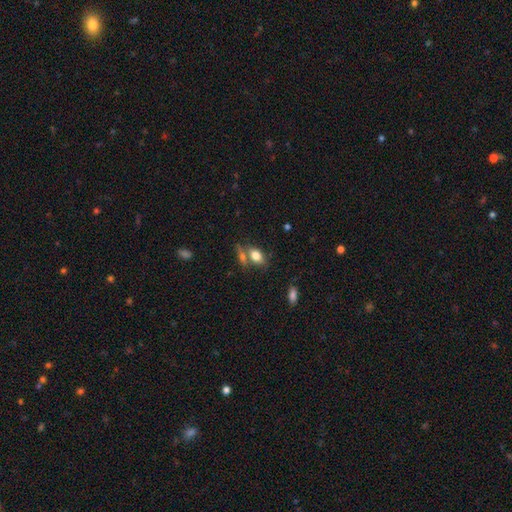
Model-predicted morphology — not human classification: smooth 77%, featured or disk 15%, star or artifact 9%. Down the decision tree: how rounded — in between (81%); merging — none (50%).